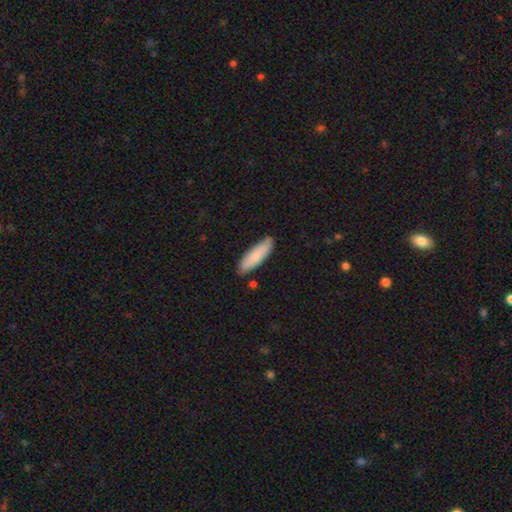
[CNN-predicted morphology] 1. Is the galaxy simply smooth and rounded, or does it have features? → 83% smooth, 12% featured or disk, 5% star or artifact.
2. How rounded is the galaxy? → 56% cigar-shaped, 43% in between, 1% round.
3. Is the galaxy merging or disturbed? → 84% none, 12% minor disturbance, 2% merger, 2% major disturbance.